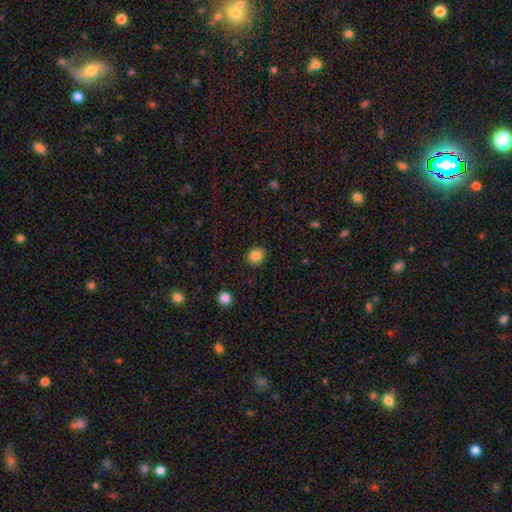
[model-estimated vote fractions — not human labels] Smooth or featured? Predicted: smooth (p=0.84). How rounded? Predicted: round (p=0.78). Merging? Predicted: none (p=0.90).